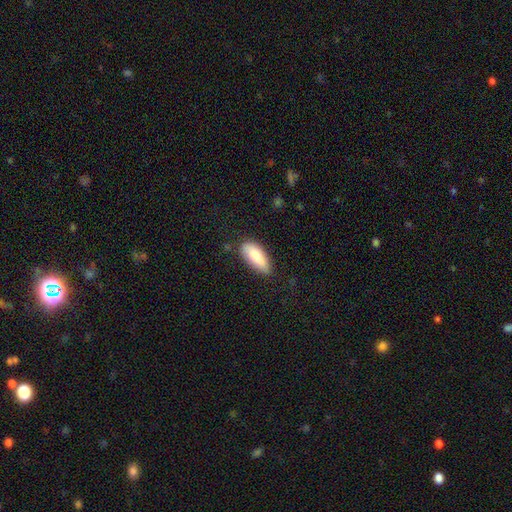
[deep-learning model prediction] smooth_or_featured: smooth (p=0.83) [alt: featured or disk p=0.10]
how_rounded: in between (p=0.78) [alt: cigar-shaped p=0.20]
merging: none (p=0.71) [alt: minor disturbance p=0.23]